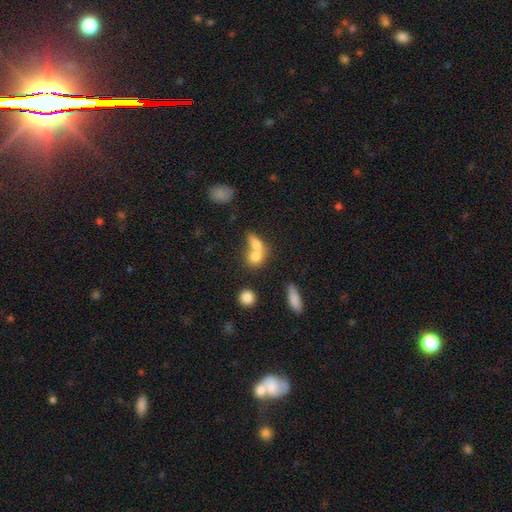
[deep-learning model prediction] Q: Smooth or featured?
A: smooth (74%); runner-up: featured or disk (16%)
Q: How rounded?
A: in between (53%); runner-up: round (40%)
Q: Merging?
A: merger (64%); runner-up: none (25%)